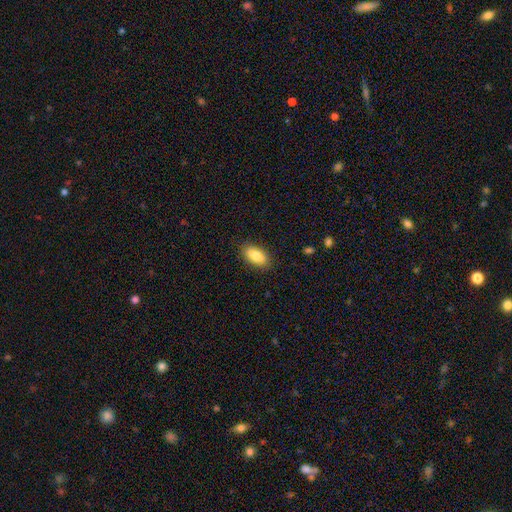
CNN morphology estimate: Overall: smooth (83%). How rounded: in between (90%). Merging: none (87%).